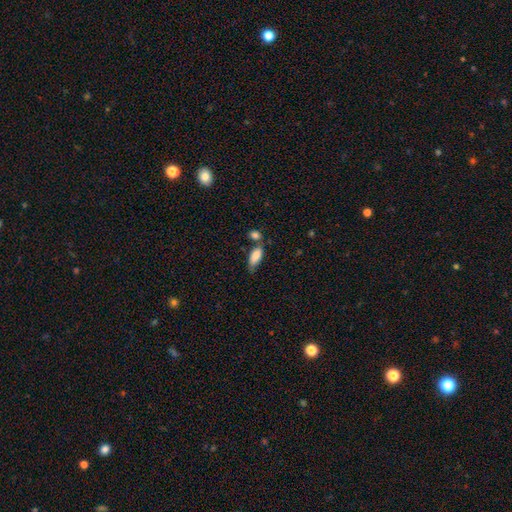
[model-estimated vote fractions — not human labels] Smooth or featured: smooth — 85% (featured or disk — 8%)
How rounded: in between — 85% (cigar-shaped — 13%)
Merging: none — 47% (minor disturbance — 25%)